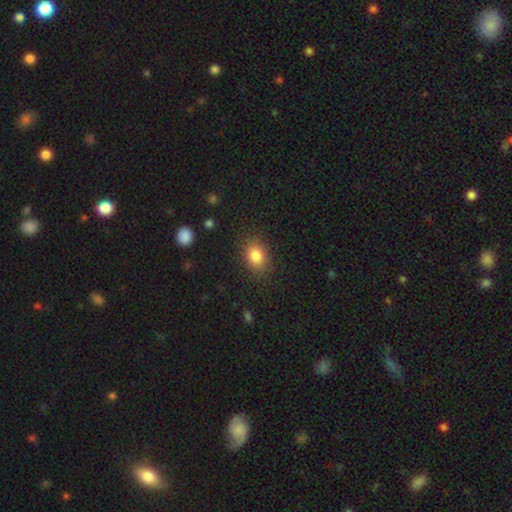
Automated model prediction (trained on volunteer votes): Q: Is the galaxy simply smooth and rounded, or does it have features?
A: smooth — 84%.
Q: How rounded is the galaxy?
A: in between — 68%.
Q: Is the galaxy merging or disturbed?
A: none — 84%.